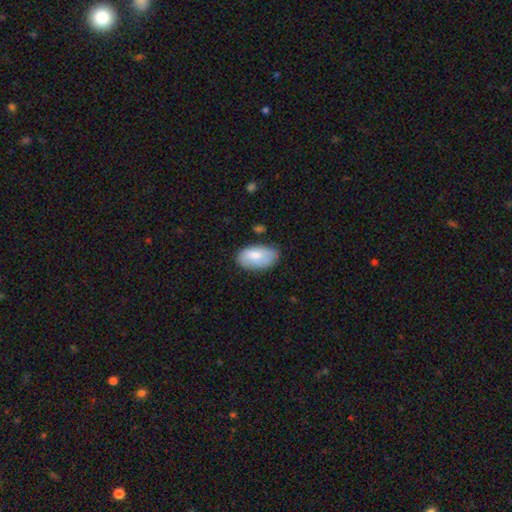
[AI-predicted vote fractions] A smooth galaxy with no disk features (78%) that is in between round and cigar-shaped (94%). Merging: none (70%).